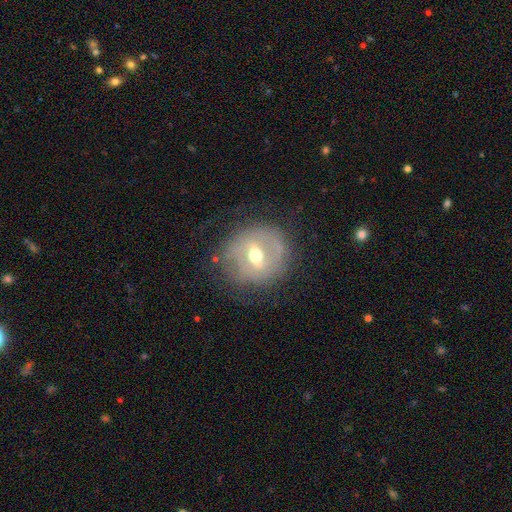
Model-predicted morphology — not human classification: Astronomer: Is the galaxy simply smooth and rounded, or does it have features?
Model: featured or disk — 71%.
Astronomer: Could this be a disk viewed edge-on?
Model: no — 93%.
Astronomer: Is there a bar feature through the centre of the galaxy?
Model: weak — 46% (runner-up: strong, 38%).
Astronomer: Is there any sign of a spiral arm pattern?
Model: yes — 54% (runner-up: no, 46%).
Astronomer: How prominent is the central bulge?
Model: moderate — 73%.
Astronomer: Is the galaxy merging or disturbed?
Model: none — 72%.